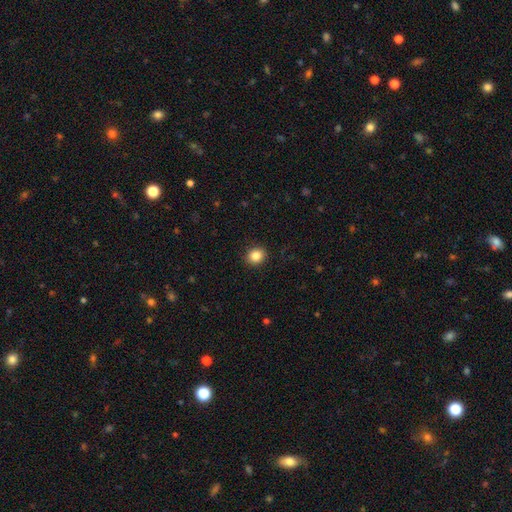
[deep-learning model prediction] smooth-or-featured: smooth: 86% | star or artifact: 10% | featured or disk: 4%
  how-rounded: round: 71% | in between: 28% | cigar-shaped: 1%
  merging: none: 91% | minor disturbance: 6% | major disturbance: 2% | merger: 1%